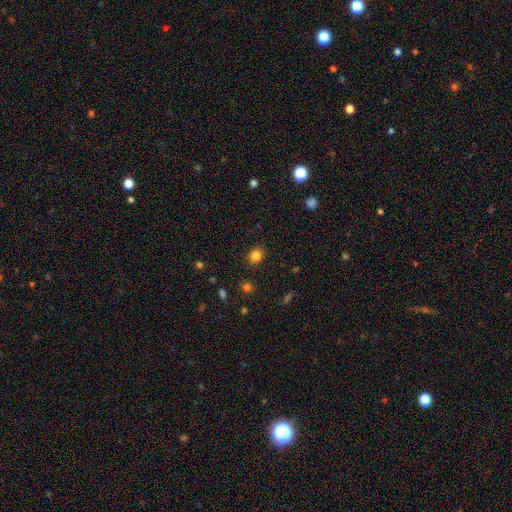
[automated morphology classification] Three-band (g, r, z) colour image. It shows a smooth galaxy with no disk features (83%) that is round (70%). Merging: none (87%).